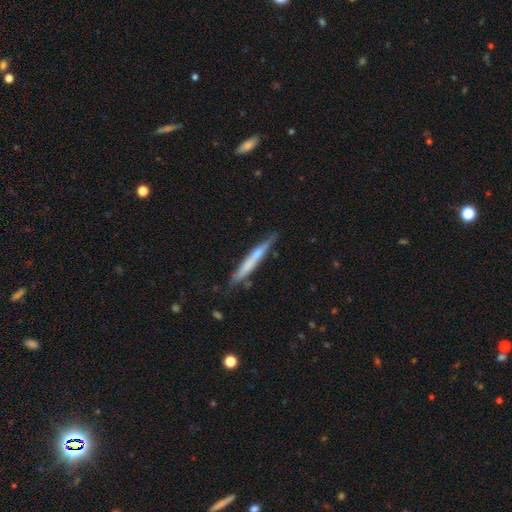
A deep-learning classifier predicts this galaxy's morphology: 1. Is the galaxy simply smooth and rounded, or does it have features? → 48% featured or disk, 47% smooth, 6% star or artifact.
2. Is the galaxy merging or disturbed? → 80% none, 15% minor disturbance, 2% major disturbance, 2% merger.